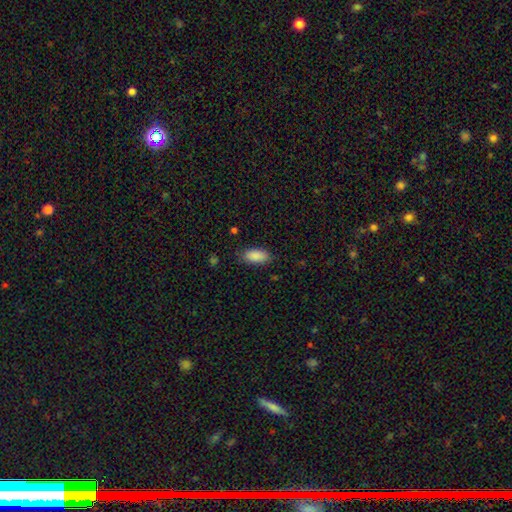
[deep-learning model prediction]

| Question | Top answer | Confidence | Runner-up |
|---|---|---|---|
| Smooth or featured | smooth | 89% | star or artifact (7%) |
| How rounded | in between | 92% | cigar-shaped (6%) |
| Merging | none | 79% | minor disturbance (16%) |